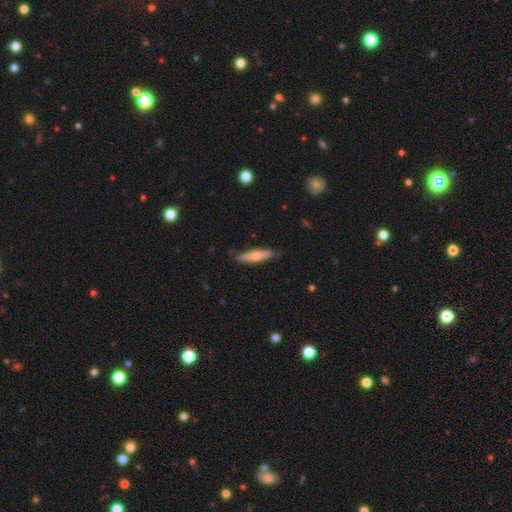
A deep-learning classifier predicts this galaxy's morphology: Smooth or featured? Predicted: smooth (p=0.68). How rounded? Predicted: cigar-shaped (p=0.80). Merging? Predicted: none (p=0.83).